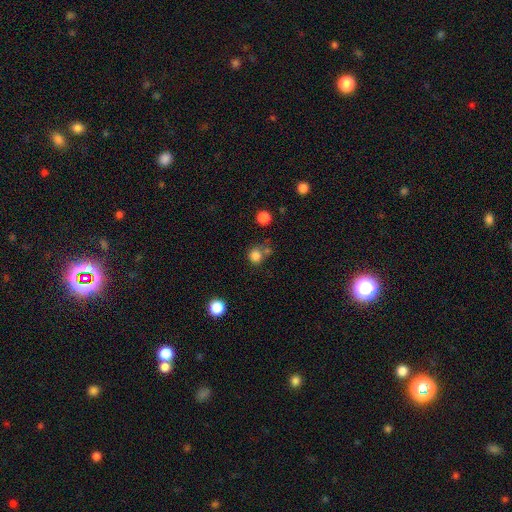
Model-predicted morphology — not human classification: This is clearly a smooth galaxy (80%). How rounded: clearly round (89%). Merging: likely none (62%).